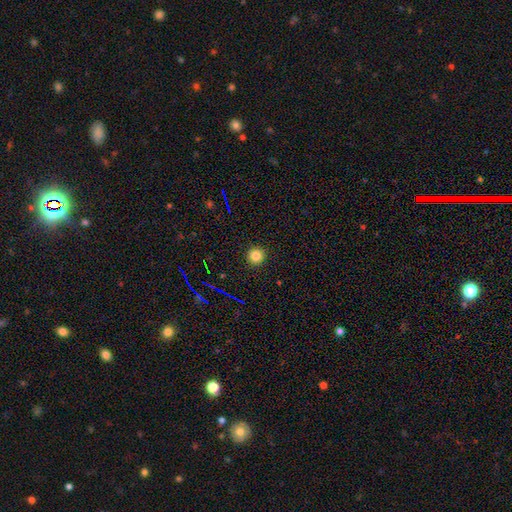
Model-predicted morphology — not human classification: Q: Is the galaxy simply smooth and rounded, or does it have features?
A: smooth — 81%.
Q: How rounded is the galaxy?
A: round — 94%.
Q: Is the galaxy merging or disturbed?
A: none — 92%.